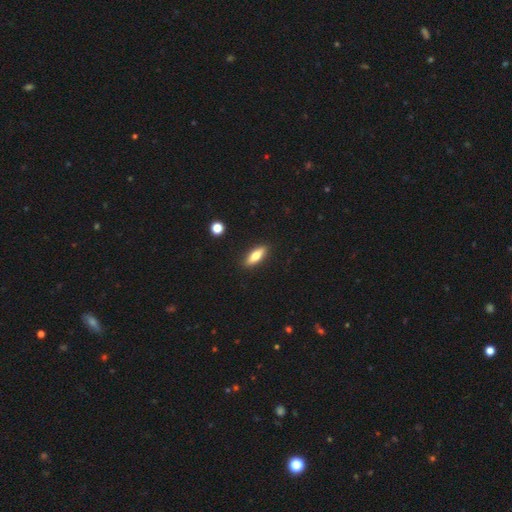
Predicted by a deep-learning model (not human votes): Smooth or featured?
  - smooth: 70% *
  - featured or disk: 23%
  - star or artifact: 7%
How rounded?
  - in between: 57% *
  - cigar-shaped: 40%
  - round: 3%
Merging?
  - none: 89% *
  - minor disturbance: 7%
  - major disturbance: 2%
  - merger: 1%